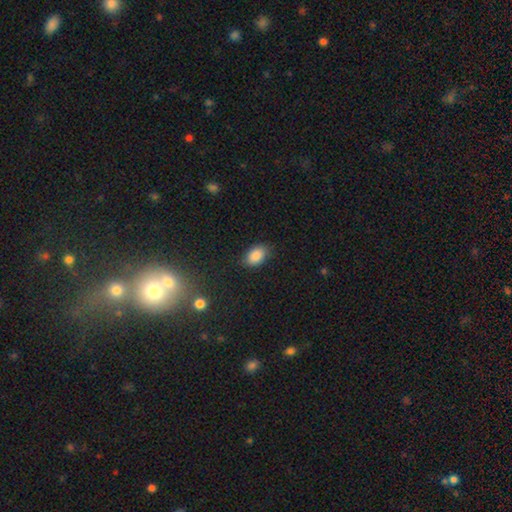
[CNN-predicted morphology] smooth_or_featured: smooth (p=0.87) [alt: star or artifact p=0.08]
how_rounded: in between (p=0.86) [alt: round p=0.13]
merging: none (p=0.81) [alt: minor disturbance p=0.15]